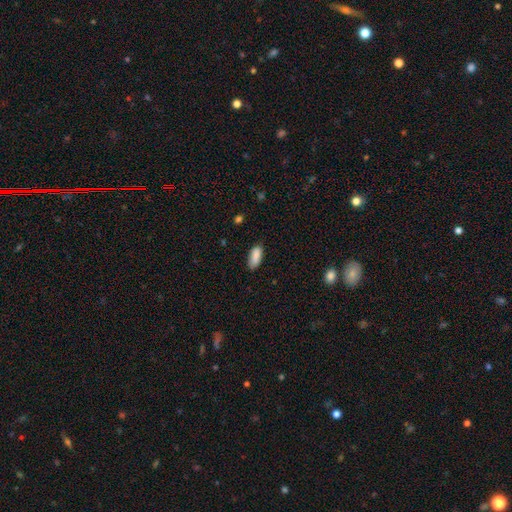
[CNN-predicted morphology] smooth-or-featured: smooth: 87% | star or artifact: 7% | featured or disk: 6%
  how-rounded: in between: 84% | cigar-shaped: 14% | round: 2%
  merging: none: 76% | minor disturbance: 20% | major disturbance: 3% | merger: 2%